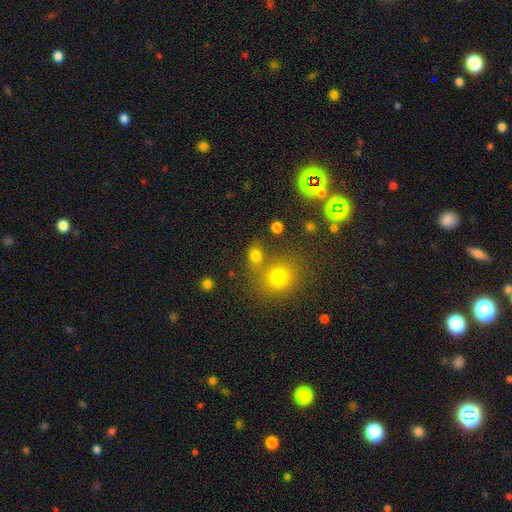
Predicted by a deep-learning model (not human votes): Overall: smooth (75%). How rounded: round (58%; in between 40%). Merging: none (60%; merger 26%).